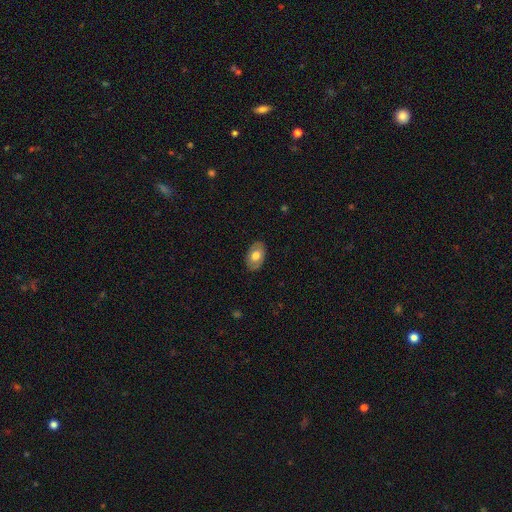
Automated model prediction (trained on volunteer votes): Q: Smooth or featured?
A: smooth (66%); runner-up: featured or disk (28%)
Q: How rounded?
A: in between (90%); runner-up: round (8%)
Q: Merging?
A: none (86%); runner-up: minor disturbance (11%)